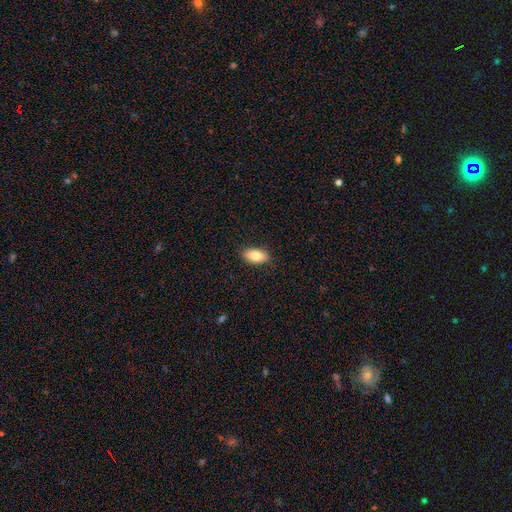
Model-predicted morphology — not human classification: smooth-or-featured: smooth: 82% | featured or disk: 11% | star or artifact: 7%
  how-rounded: in between: 91% | cigar-shaped: 5% | round: 4%
  merging: none: 88% | minor disturbance: 9% | major disturbance: 2% | merger: 1%